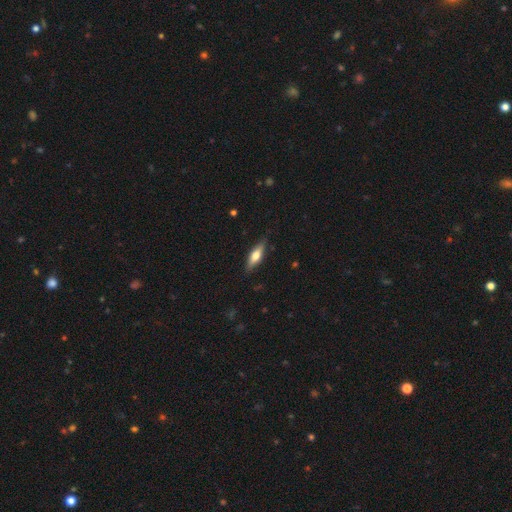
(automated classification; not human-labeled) The model was most divided on "how rounded": cigar-shaped: 53%, in between: 45%, round: 3%. More confident: merging — none (86%); smooth or featured — smooth (53%).